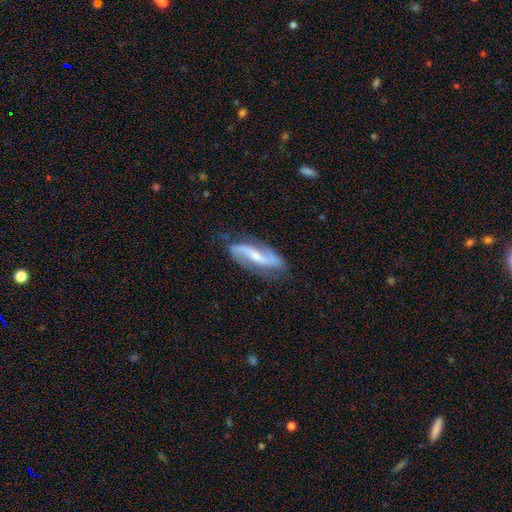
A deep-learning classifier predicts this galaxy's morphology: smooth-or-featured: featured or disk: 83% | smooth: 12% | star or artifact: 6%
  disk-edge-on: no: 91% | yes: 9%
    bar: weak: 39% | strong: 32% | no: 29%
    has-spiral-arms: yes: 96% | no: 4%
      spiral-winding: loose: 56% | medium: 33% | tight: 12%
      spiral-arm-count: 2: 91% | can't tell: 4% | 1: 2% | 3: 1% | 4: 1% | more than 4: 1%
    bulge-size: small: 48% | moderate: 38% | none: 9% | large: 4% | dominant: 1%
  merging: none: 75% | minor disturbance: 18% | major disturbance: 6% | merger: 2%